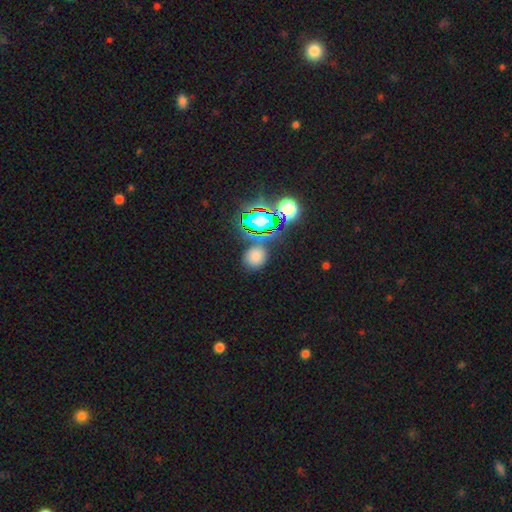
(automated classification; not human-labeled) smooth 67%, star or artifact 26%, featured or disk 7%. Down the decision tree: how rounded — round (76%); merging — none (77%).